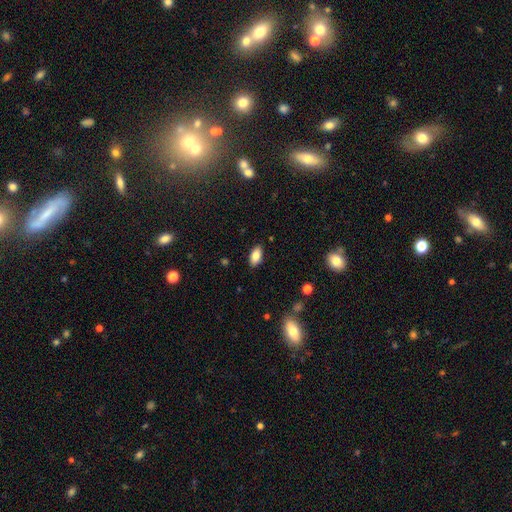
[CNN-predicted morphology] A smooth galaxy with no disk features (83%) that is in between round and cigar-shaped (92%). Merging: none (87%).